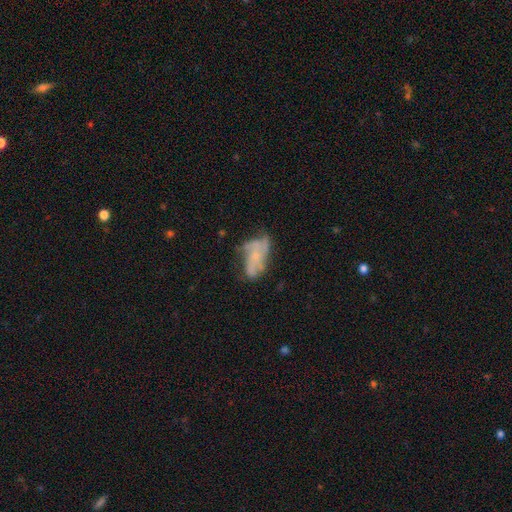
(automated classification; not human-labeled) Morphology: type=featured or disk (67%); edge-on=no (96%); bar=no (79%); spiral arms=yes (72%); bulge=small (69%); merging=none (45%).